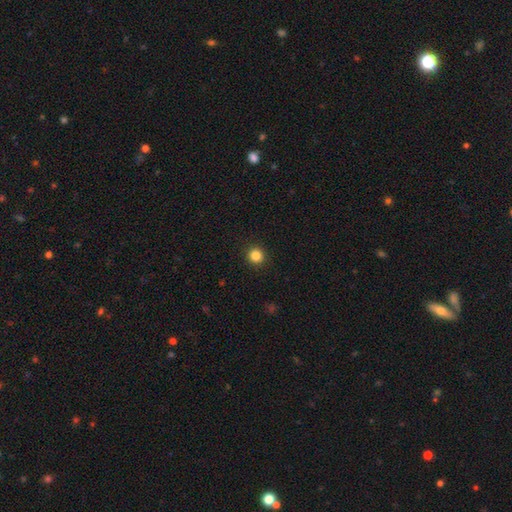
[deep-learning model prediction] A smooth galaxy with no disk features (85%) that is round (93%).

Vote fractions:
- Smooth or featured? smooth: 85% / star or artifact: 12% / featured or disk: 4%
- How rounded? round: 93% / in between: 6% / cigar-shaped: 1%
- Merging? none: 93% / minor disturbance: 5% / major disturbance: 2% / merger: 1%